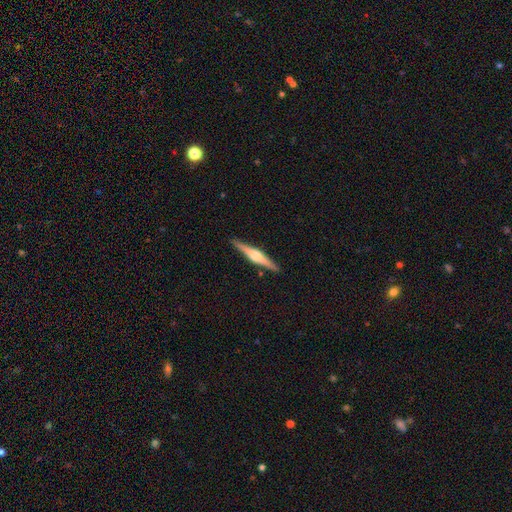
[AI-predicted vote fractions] smooth-or-featured: featured or disk: 77% | smooth: 18% | star or artifact: 5%
  disk-edge-on: yes: 98% | no: 2%
    edge-on-bulge: rounded: 84% | boxy: 13% | none: 4%
  merging: none: 91% | minor disturbance: 7% | major disturbance: 1% | merger: 1%